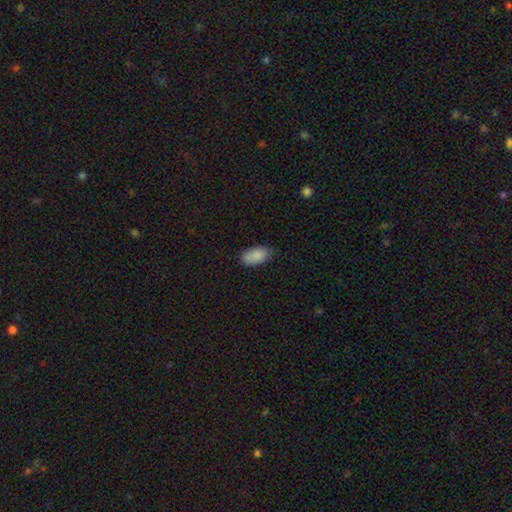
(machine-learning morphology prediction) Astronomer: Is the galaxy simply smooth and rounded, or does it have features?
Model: smooth — 88%.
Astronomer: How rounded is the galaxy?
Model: in between — 93%.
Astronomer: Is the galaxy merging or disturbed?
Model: none — 78%.